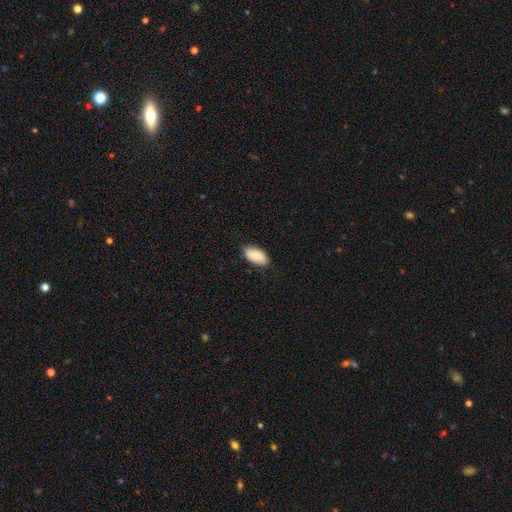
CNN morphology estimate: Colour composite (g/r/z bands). It shows a smooth galaxy with no disk features (83%) that is in between round and cigar-shaped (95%). Merging: none (84%).